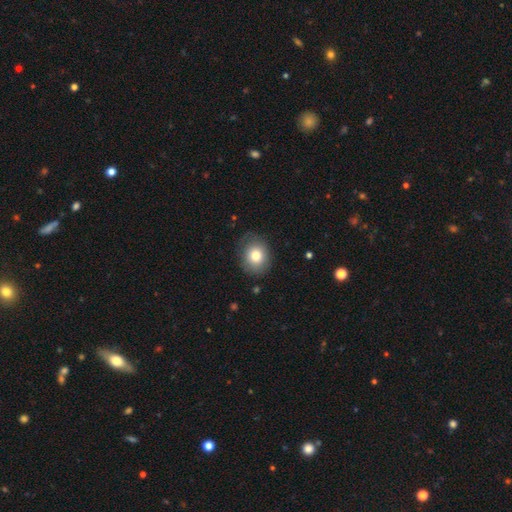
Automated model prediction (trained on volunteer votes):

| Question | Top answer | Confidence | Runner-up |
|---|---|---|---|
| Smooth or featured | smooth | 80% | featured or disk (11%) |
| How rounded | round | 62% | in between (38%) |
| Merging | none | 79% | minor disturbance (16%) |